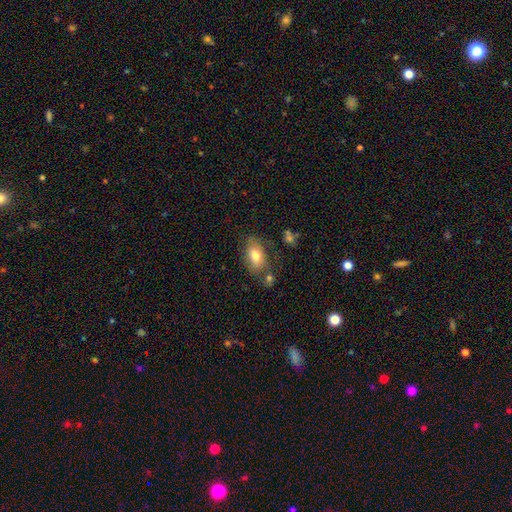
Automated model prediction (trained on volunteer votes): smooth-or-featured: smooth: 75% | featured or disk: 18% | star or artifact: 8%
  how-rounded: in between: 89% | round: 7% | cigar-shaped: 3%
  merging: none: 65% | minor disturbance: 19% | merger: 10% | major disturbance: 6%